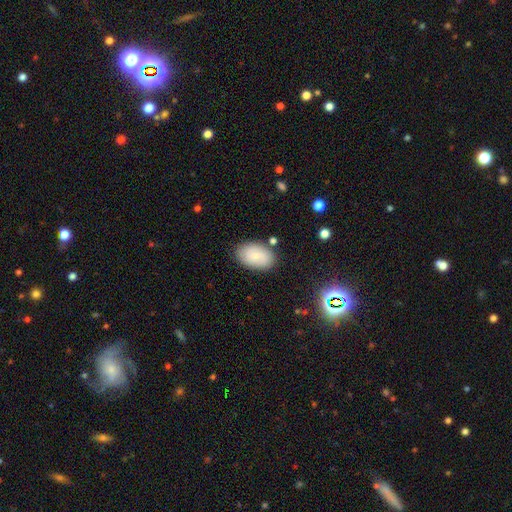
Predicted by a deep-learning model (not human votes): A smooth galaxy with no disk features (73%) that is in between round and cigar-shaped (90%).

Vote fractions:
- Smooth or featured? smooth: 73% / featured or disk: 19% / star or artifact: 8%
- How rounded? in between: 90% / round: 8% / cigar-shaped: 1%
- Merging? none: 81% / minor disturbance: 13% / merger: 3% / major disturbance: 3%